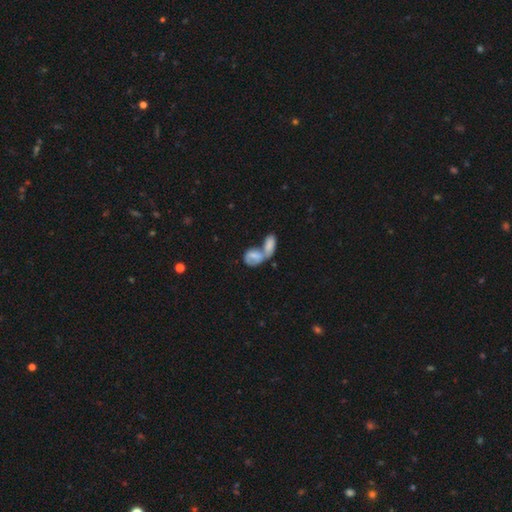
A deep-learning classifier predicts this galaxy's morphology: Smooth or featured: smooth — 63% (featured or disk — 29%)
How rounded: in between — 82% (round — 13%)
Merging: merger — 74% (none — 14%)